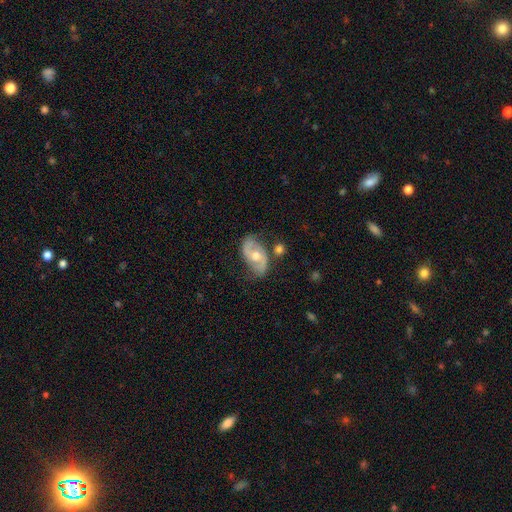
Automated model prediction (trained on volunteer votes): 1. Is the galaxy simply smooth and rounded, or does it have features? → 73% featured or disk, 21% smooth, 6% star or artifact.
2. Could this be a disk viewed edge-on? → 95% no, 5% yes.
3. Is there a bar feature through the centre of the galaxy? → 59% no, 32% weak, 9% strong.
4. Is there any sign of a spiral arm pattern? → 85% yes, 15% no.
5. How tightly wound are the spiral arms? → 44% medium, 38% loose, 18% tight.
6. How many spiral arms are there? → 87% 2, 7% can't tell, 2% 1, 1% 3, 1% 4, 1% more than 4.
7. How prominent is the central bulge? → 76% moderate, 16% small, 6% large, 1% none, 1% dominant.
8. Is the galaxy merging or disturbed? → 65% none, 21% minor disturbance, 7% major disturbance, 6% merger.